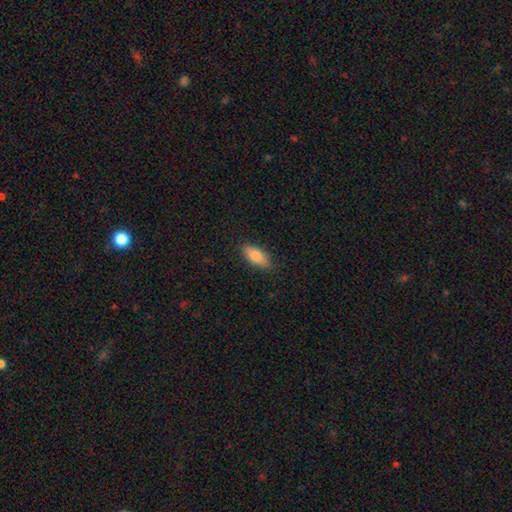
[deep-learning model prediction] smooth 84%, featured or disk 10%, star or artifact 6%. Down the decision tree: how rounded — in between (84%); merging — none (86%).